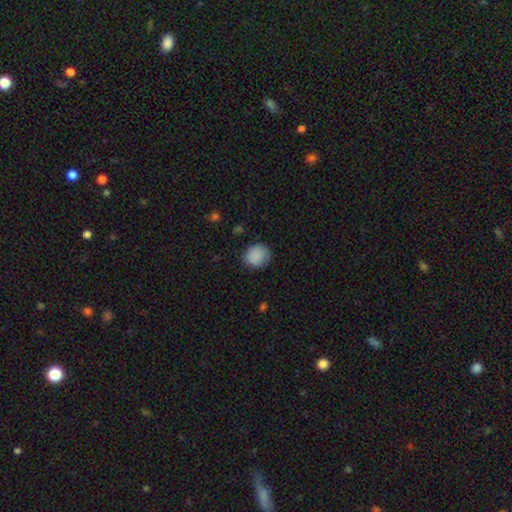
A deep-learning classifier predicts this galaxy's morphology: Smooth or featured? smooth (87%)
How rounded? round (78%)
Merging? none (78%)